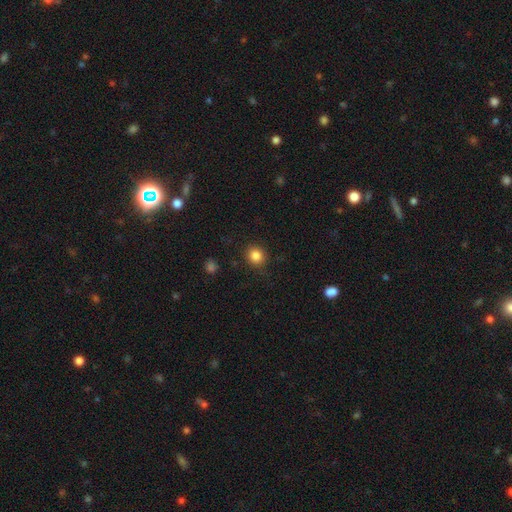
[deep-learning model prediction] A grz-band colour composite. It shows a smooth galaxy with no disk features (85%) that is round (88%). Merging: none (88%).